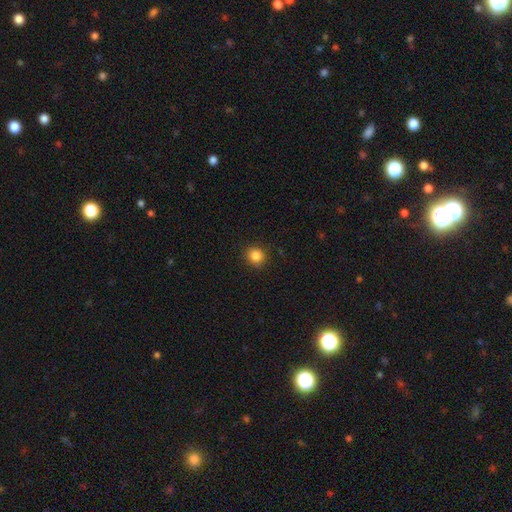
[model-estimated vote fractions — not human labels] This appears to be a smooth galaxy with no disk features (85%) that is round (89%). Merging: none (89%).